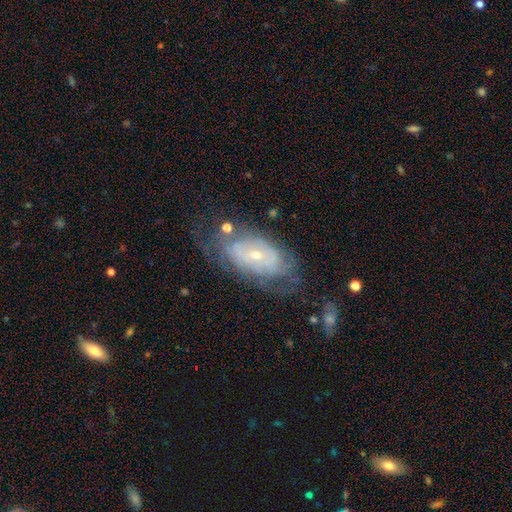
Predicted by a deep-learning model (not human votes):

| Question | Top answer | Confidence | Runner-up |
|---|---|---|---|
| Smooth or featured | featured or disk | 73% | smooth (19%) |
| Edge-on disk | no | 93% | yes (7%) |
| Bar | no | 66% | weak (27%) |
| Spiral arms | yes | 77% | no (23%) |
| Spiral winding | tight | 65% | medium (25%) |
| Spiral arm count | can't tell | 60% | 2 (19%) |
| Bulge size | small | 72% | moderate (24%) |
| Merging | none | 57% | minor disturbance (24%) |